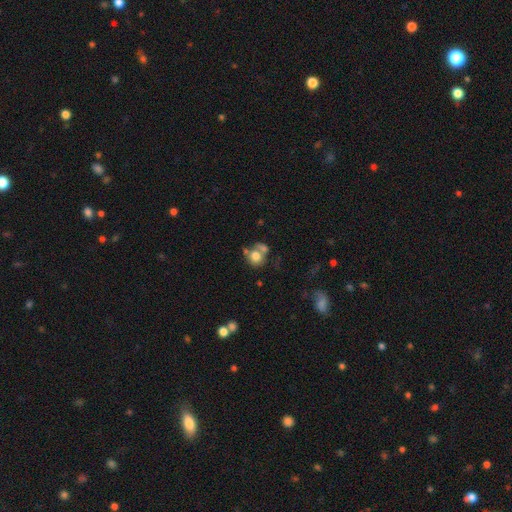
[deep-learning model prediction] Smooth or featured? Predicted: smooth (p=0.75). How rounded? Predicted: round (p=0.75). Merging? Predicted: none (p=0.40).